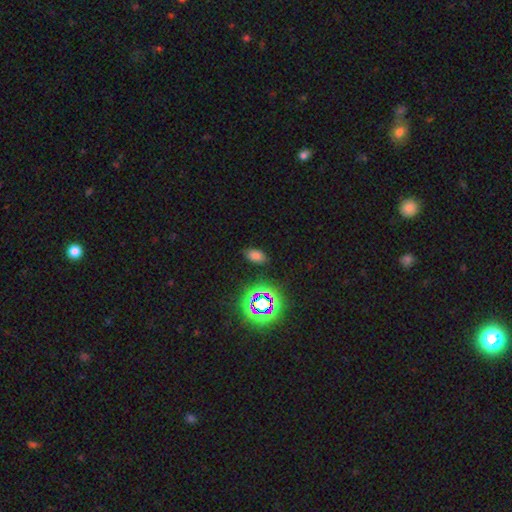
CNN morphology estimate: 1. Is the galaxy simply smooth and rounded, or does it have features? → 67% smooth, 25% star or artifact, 8% featured or disk.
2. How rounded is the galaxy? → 89% in between, 8% round, 2% cigar-shaped.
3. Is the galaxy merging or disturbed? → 84% none, 11% minor disturbance, 3% major disturbance, 2% merger.